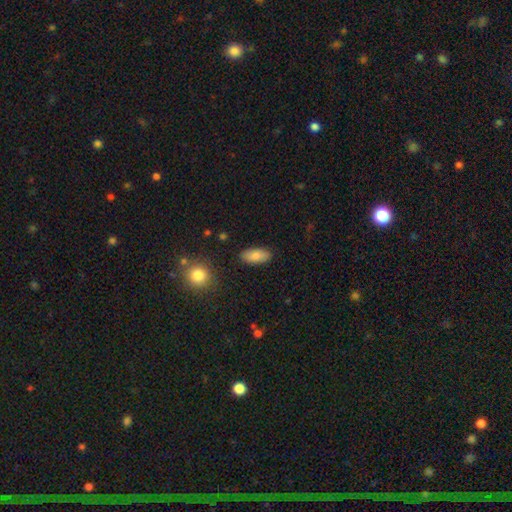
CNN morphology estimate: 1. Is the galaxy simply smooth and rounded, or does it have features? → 80% smooth, 13% featured or disk, 7% star or artifact.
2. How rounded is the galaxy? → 89% in between, 7% cigar-shaped, 3% round.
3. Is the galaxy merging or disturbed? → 87% none, 9% minor disturbance, 2% major disturbance, 2% merger.